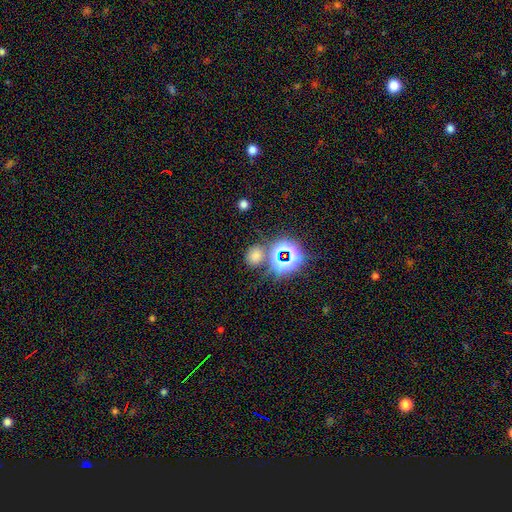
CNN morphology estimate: The model was most divided on "how rounded": round: 61%, in between: 37%, cigar-shaped: 1%. More confident: merging — none (72%); smooth or featured — smooth (59%).